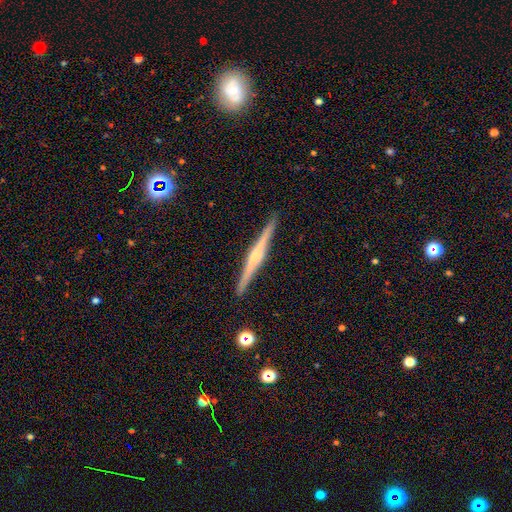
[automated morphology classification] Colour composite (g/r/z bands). It shows a featured or disk galaxy (75%) viewed edge-on (98%) with a rounded central bulge (64%). Merging: none (92%).